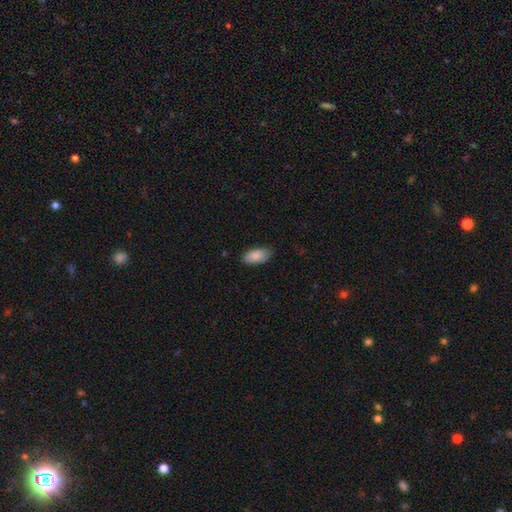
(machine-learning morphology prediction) Q: Smooth or featured?
A: smooth (89%); runner-up: star or artifact (6%)
Q: How rounded?
A: in between (93%); runner-up: cigar-shaped (4%)
Q: Merging?
A: none (81%); runner-up: minor disturbance (16%)